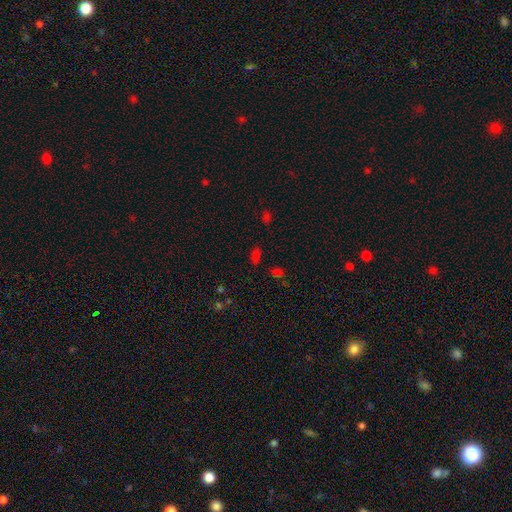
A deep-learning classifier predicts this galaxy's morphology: Smooth or featured?
  - smooth: 63% *
  - star or artifact: 30%
  - featured or disk: 7%
How rounded?
  - in between: 84% *
  - cigar-shaped: 9%
  - round: 7%
Merging?
  - none: 76% *
  - minor disturbance: 13%
  - merger: 6%
  - major disturbance: 5%